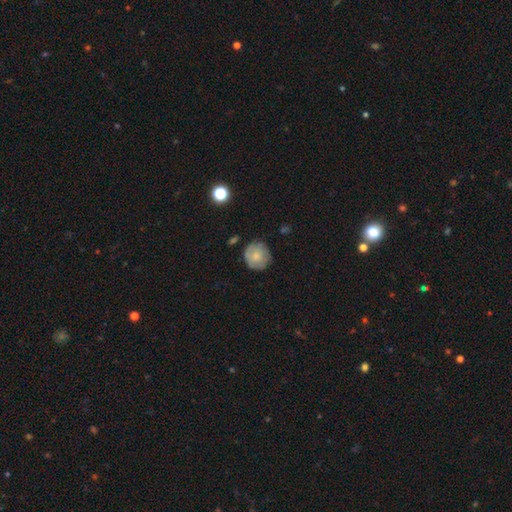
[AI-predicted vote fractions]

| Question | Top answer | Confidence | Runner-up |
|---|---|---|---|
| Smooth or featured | smooth | 66% | featured or disk (26%) |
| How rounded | round | 90% | in between (9%) |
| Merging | none | 77% | minor disturbance (17%) |